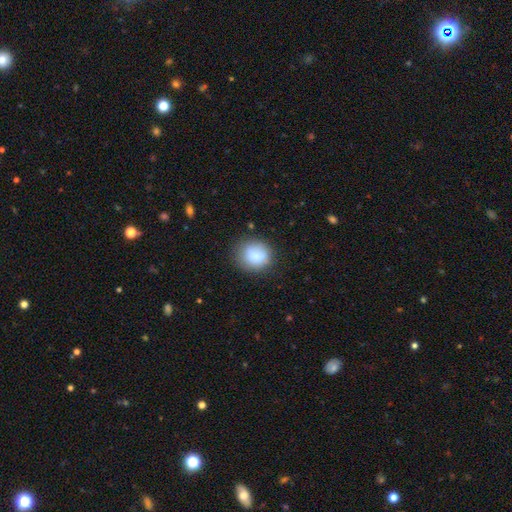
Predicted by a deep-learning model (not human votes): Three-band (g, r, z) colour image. It shows a smooth galaxy with no disk features (83%) that is round (73%). Merging: none (76%).